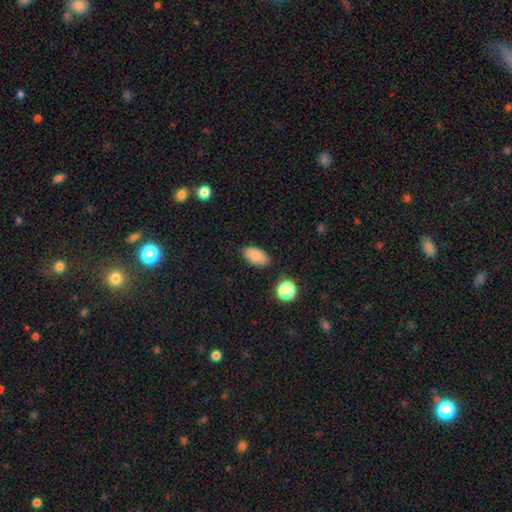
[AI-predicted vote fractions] Overall: smooth (85%). How rounded: in between (92%). Merging: none (82%).